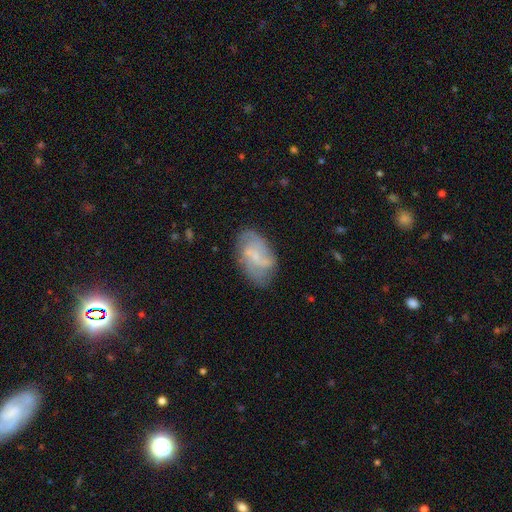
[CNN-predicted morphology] Smooth or featured: featured or disk — 63% (smooth — 29%)
Edge-on disk: no — 97% (yes — 3%)
Bar: no — 45% (tied with weak — 45%)
Spiral arms: yes — 82% (no — 18%)
Bulge size: small — 61% (none — 21%)
Merging: none — 65% (minor disturbance — 23%)